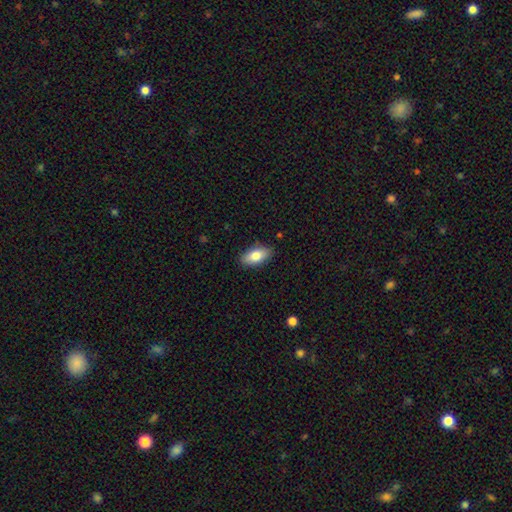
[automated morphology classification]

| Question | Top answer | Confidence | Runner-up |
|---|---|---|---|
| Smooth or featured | smooth | 82% | featured or disk (12%) |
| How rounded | in between | 90% | cigar-shaped (6%) |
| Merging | none | 86% | minor disturbance (11%) |